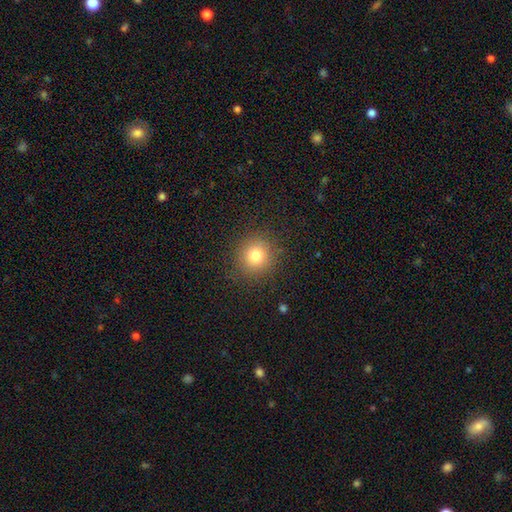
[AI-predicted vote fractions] Smooth or featured?
  - smooth: 78% *
  - star or artifact: 14%
  - featured or disk: 9%
How rounded?
  - round: 91% *
  - in between: 8%
  - cigar-shaped: 1%
Merging?
  - none: 88% *
  - minor disturbance: 7%
  - major disturbance: 3%
  - merger: 1%